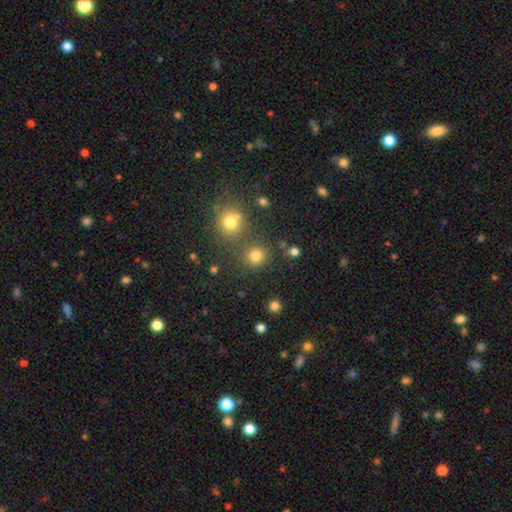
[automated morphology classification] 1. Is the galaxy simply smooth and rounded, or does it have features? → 78% smooth, 17% star or artifact, 5% featured or disk.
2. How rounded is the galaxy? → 88% round, 11% in between, 1% cigar-shaped.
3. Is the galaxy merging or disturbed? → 77% none, 12% merger, 8% minor disturbance, 4% major disturbance.